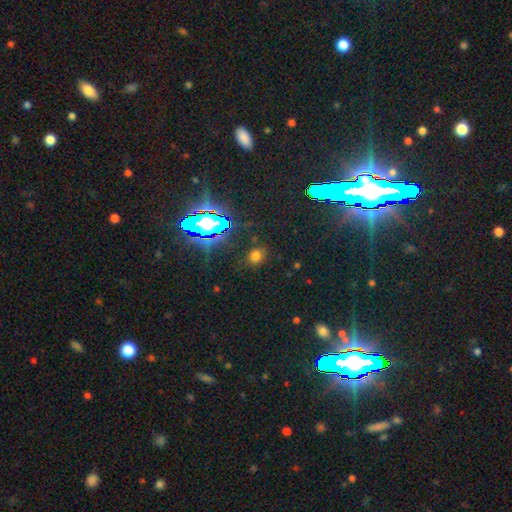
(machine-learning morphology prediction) Q: Smooth or featured?
A: smooth (63%); runner-up: star or artifact (30%)
Q: How rounded?
A: round (60%); runner-up: in between (39%)
Q: Merging?
A: none (84%); runner-up: minor disturbance (10%)